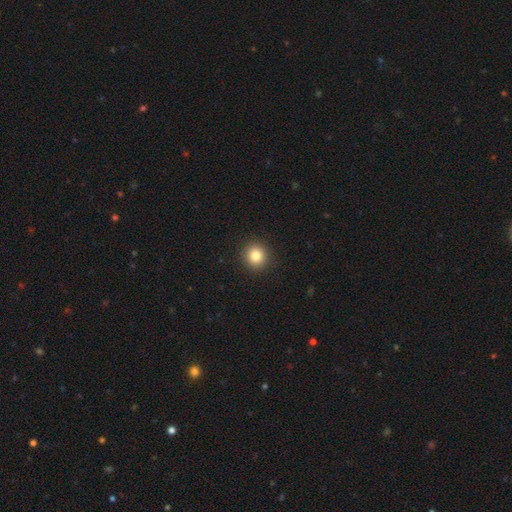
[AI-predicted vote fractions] Overall: smooth (83%). How rounded: round (92%). Merging: none (93%).